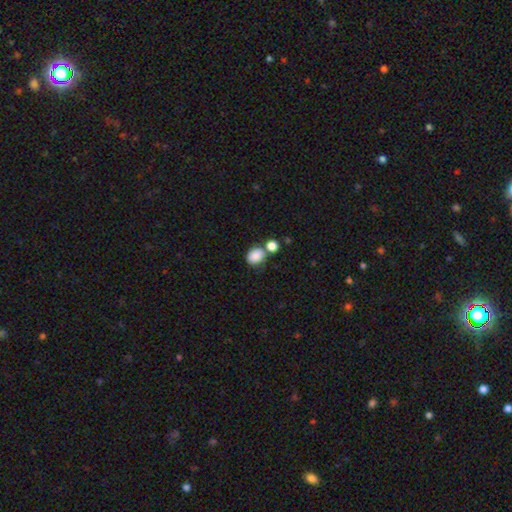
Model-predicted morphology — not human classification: Q: Smooth or featured?
A: smooth (86%); runner-up: star or artifact (9%)
Q: How rounded?
A: round (52%); runner-up: in between (47%)
Q: Merging?
A: none (54%); runner-up: merger (29%)